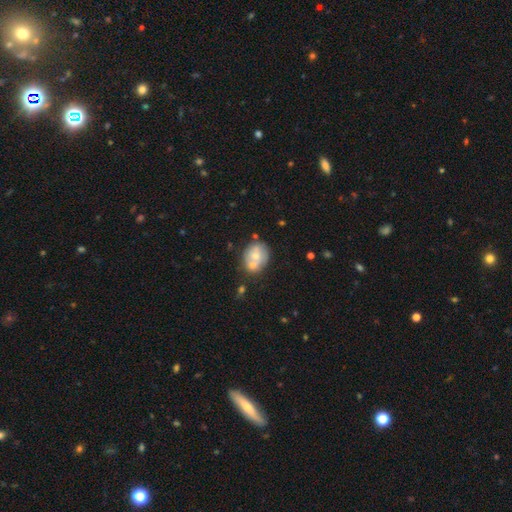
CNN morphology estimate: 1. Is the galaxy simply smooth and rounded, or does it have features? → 61% smooth, 32% featured or disk, 8% star or artifact.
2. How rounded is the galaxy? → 51% round, 48% in between, 1% cigar-shaped.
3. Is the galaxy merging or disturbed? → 41% merger, 39% none, 15% minor disturbance, 5% major disturbance.